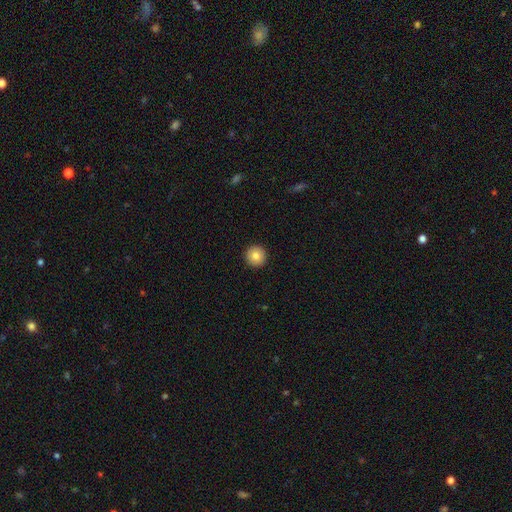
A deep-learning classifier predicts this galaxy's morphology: Overall: smooth (82%). How rounded: round (96%). Merging: none (94%).